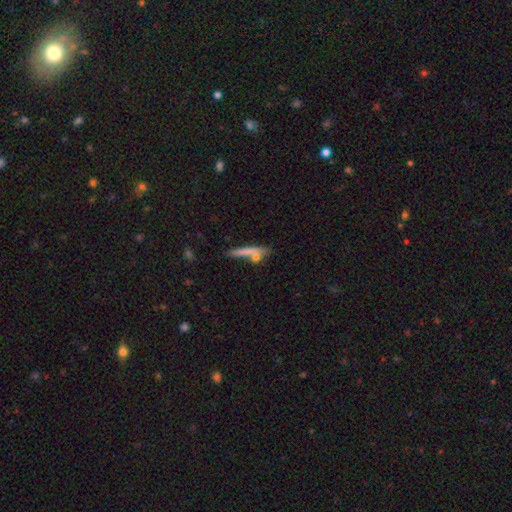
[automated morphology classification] Smooth or featured: smooth — 65% (featured or disk — 27%)
How rounded: cigar-shaped — 79% (in between — 13%)
Merging: none — 60% (merger — 20%)